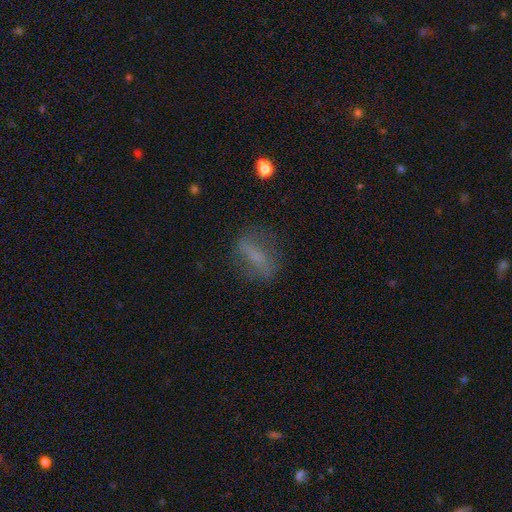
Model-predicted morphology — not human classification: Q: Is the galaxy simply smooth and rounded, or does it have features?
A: smooth — 47%.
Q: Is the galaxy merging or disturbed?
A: none — 71%.